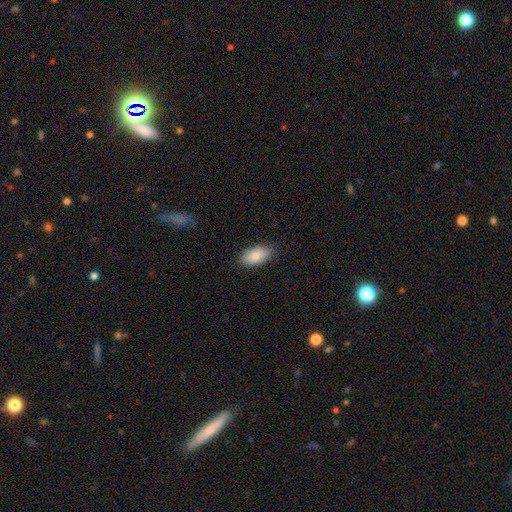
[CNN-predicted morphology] smooth_or_featured: smooth (p=0.83) [alt: featured or disk p=0.10]
how_rounded: in between (p=0.93) [alt: round p=0.03]
merging: none (p=0.82) [alt: minor disturbance p=0.14]